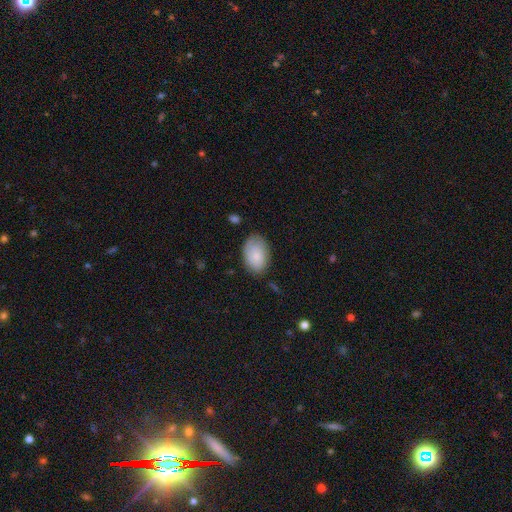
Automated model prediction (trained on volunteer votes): This appears to be a smooth galaxy with no disk features (77%) that is in between round and cigar-shaped (88%). Merging: none (75%).